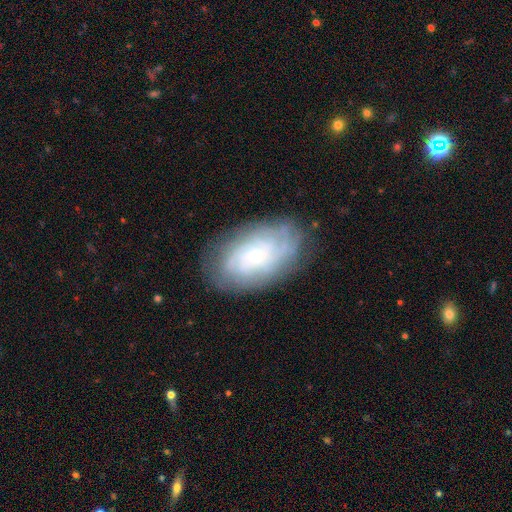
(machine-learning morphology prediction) A featured or disk galaxy (70%) with no bar (80%), tight (70%) spiral arms (88%) and a small central bulge (78%).

Vote fractions:
- Smooth or featured? featured or disk: 70% / smooth: 22% / star or artifact: 8%
- Edge-on disk? no: 95% / yes: 5%
- Bar? no: 80% / weak: 17% / strong: 3%
- Spiral arms? yes: 88% / no: 12%
- Spiral winding? tight: 70% / medium: 22% / loose: 7%
- Spiral arm count? can't tell: 52% / 4: 14% / more than 4: 11% / 3: 9% / 2: 8% / 1: 5%
- Bulge size? small: 78% / moderate: 17% / none: 2% / large: 2% / dominant: 1%
- Merging? none: 78% / minor disturbance: 16% / major disturbance: 5% / merger: 1%